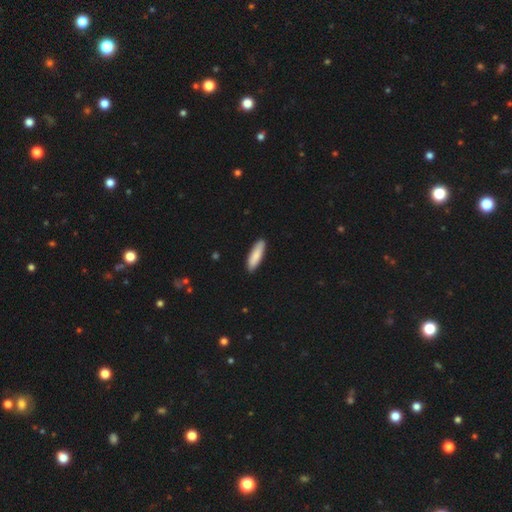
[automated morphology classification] Smooth or featured? smooth (86%)
How rounded? cigar-shaped (59%)
Merging? none (90%)